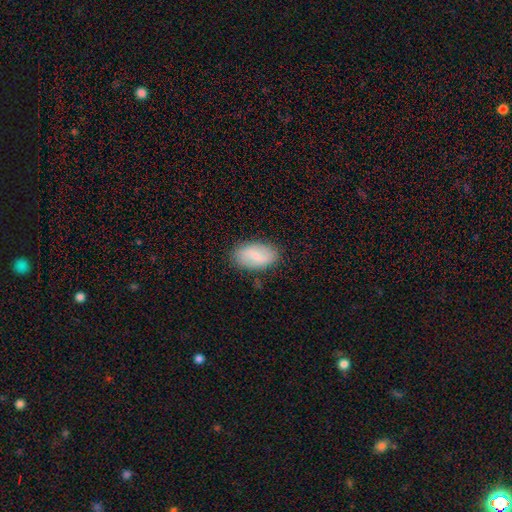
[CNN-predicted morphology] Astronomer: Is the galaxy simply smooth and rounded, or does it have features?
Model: smooth — 68%.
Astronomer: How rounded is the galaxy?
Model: in between — 93%.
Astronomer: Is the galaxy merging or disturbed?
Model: none — 84%.